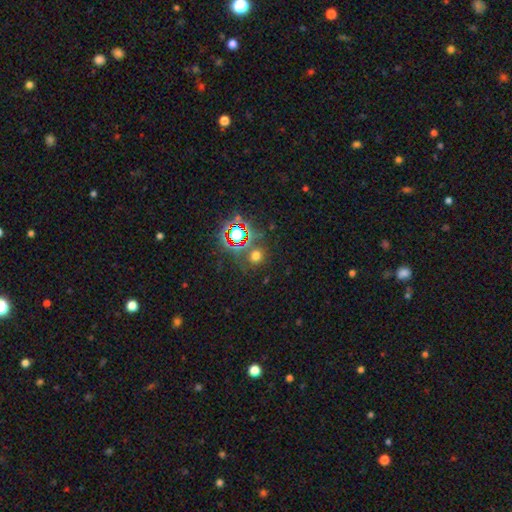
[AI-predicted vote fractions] smooth_or_featured: smooth (p=0.54) [alt: star or artifact p=0.38]
how_rounded: round (p=0.86) [alt: in between p=0.13]
merging: none (p=0.78) [alt: minor disturbance p=0.10]